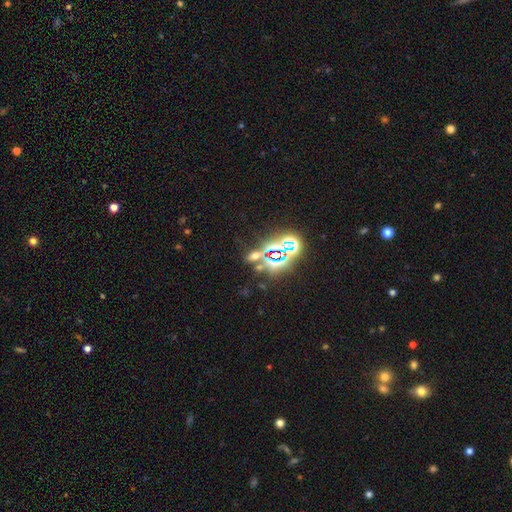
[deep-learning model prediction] Smooth or featured? Predicted: star or artifact (p=0.56).